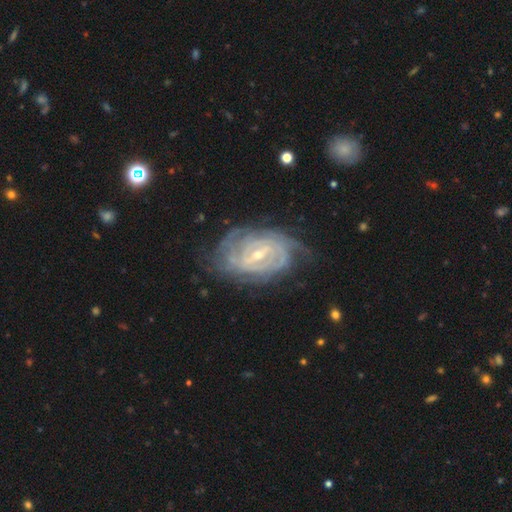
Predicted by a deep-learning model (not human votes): Q: Smooth or featured?
A: featured or disk (86%); runner-up: smooth (7%)
Q: Edge-on disk?
A: no (96%); runner-up: yes (4%)
Q: Bar?
A: weak (48%); runner-up: strong (30%)
Q: Spiral arms?
A: yes (94%); runner-up: no (6%)
Q: Spiral winding?
A: tight (68%); runner-up: medium (25%)
Q: Spiral arm count?
A: can't tell (40%); runner-up: 2 (20%)
Q: Bulge size?
A: small (65%); runner-up: moderate (31%)
Q: Merging?
A: none (66%); runner-up: minor disturbance (22%)